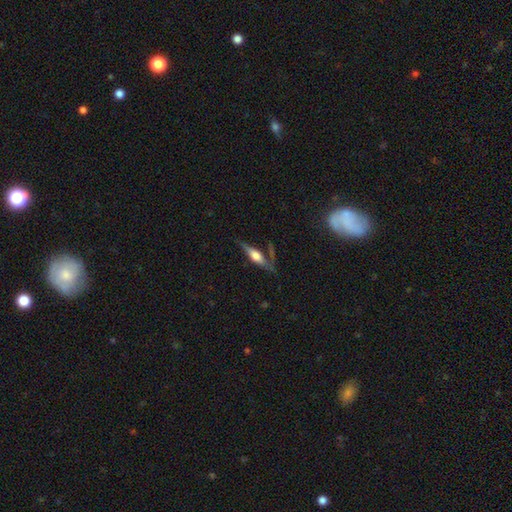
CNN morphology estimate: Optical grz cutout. It shows a featured or disk galaxy (64%) viewed edge-on (93%) with a rounded central bulge (82%). Merging: none (68%).